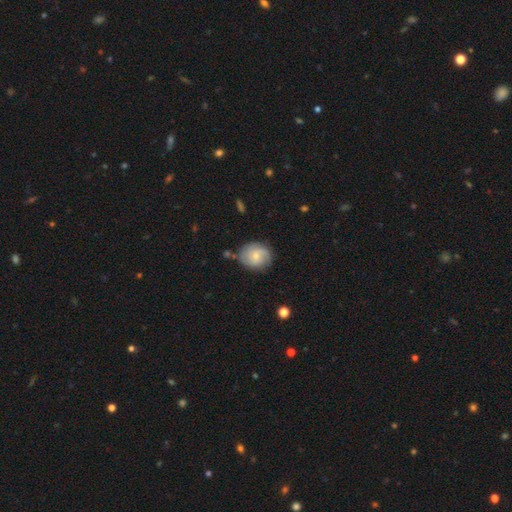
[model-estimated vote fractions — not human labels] Morphology: type=featured or disk (53%); edge-on=no (97%); bar=no (60%); spiral arms=yes (87%); bulge=small (61%); merging=none (69%).